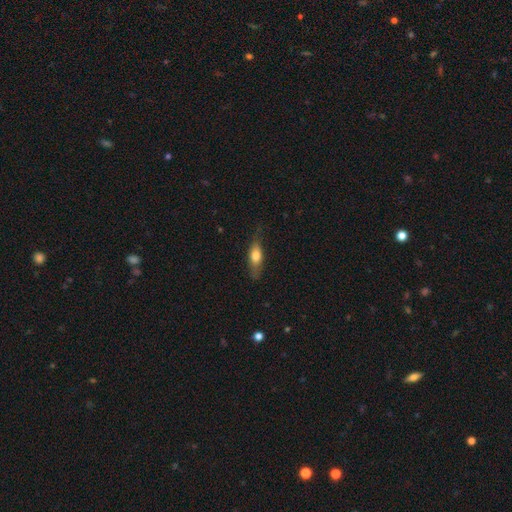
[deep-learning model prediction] A smooth galaxy with no disk features (66%) that is in between round and cigar-shaped (61%). Merging: none (70%).